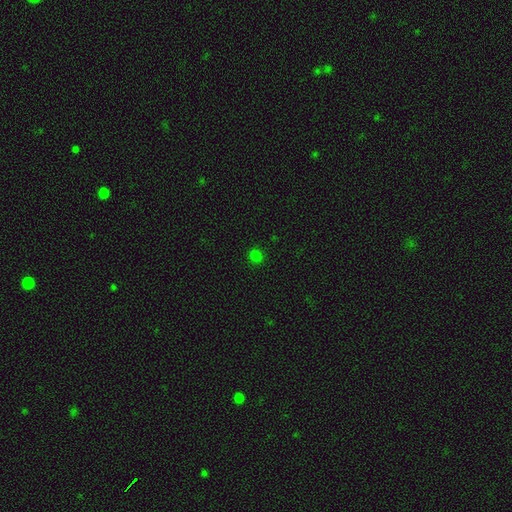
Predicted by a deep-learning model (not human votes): Morphology: type=smooth (78%); roundness=round (85%); merging=none (91%).